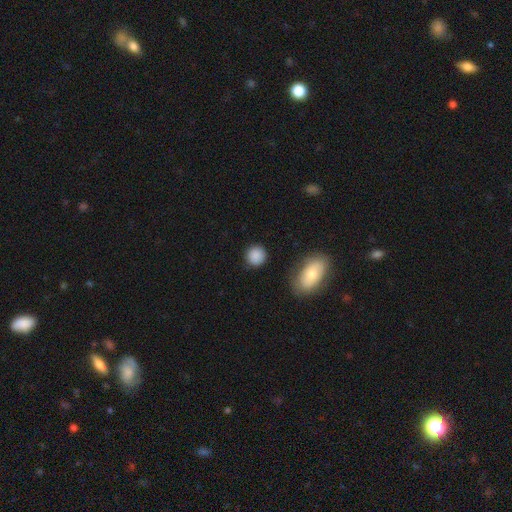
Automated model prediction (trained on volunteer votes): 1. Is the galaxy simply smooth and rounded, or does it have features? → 88% smooth, 8% star or artifact, 4% featured or disk.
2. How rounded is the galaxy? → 87% round, 11% in between, 1% cigar-shaped.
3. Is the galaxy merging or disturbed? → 86% none, 9% minor disturbance, 3% major disturbance, 2% merger.